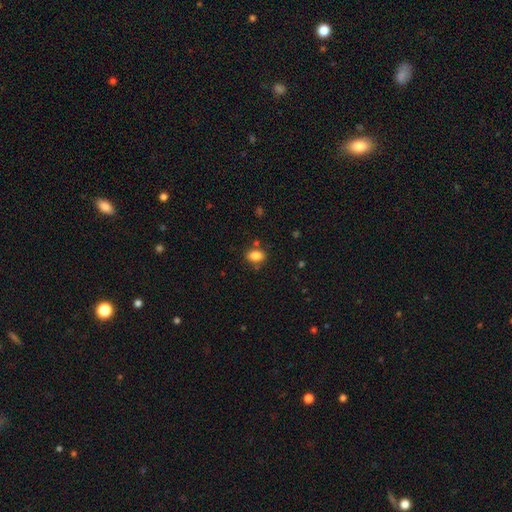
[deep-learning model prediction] Smooth or featured? smooth (85%)
How rounded? in between (82%)
Merging? none (78%)